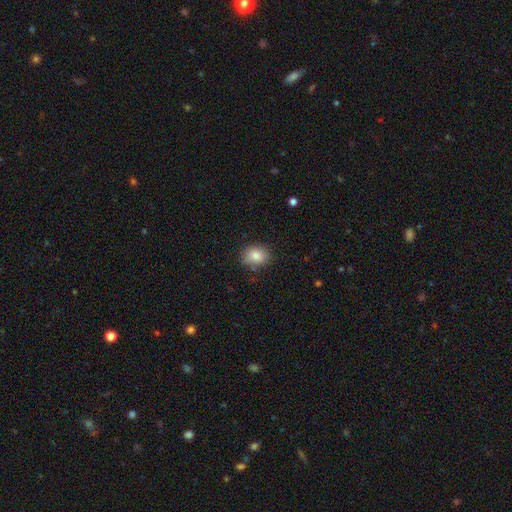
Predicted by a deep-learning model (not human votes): This appears to be a smooth galaxy with no disk features (85%) that is in between round and cigar-shaped (61%). Merging: none (75%).